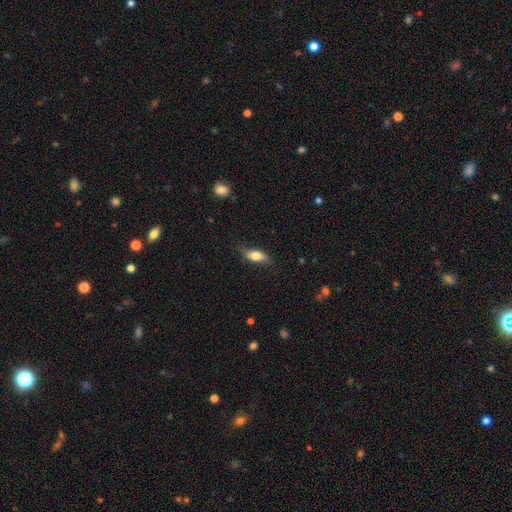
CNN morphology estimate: The model was most divided on "smooth or featured": smooth: 69%, featured or disk: 23%, star or artifact: 7%. More confident: how rounded — in between (77%); merging — none (72%).